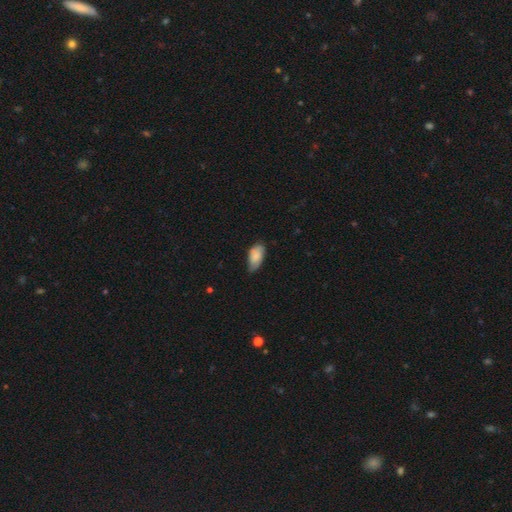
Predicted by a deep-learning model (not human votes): A smooth galaxy with no disk features (76%) that is in between round and cigar-shaped (93%). Merging: none (51%).